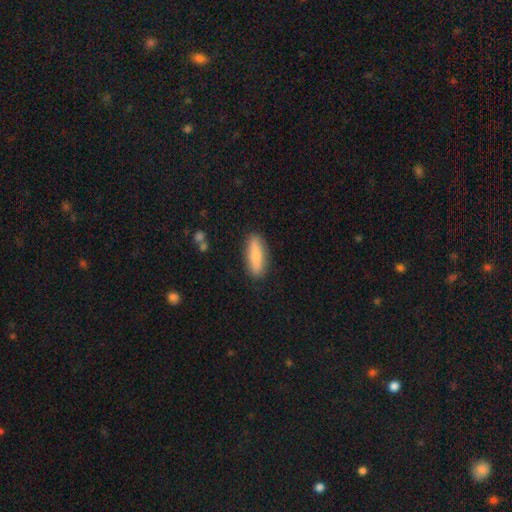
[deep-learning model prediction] This appears to be a smooth galaxy with no disk features (70%) that is cigar-shaped (52%). Merging: none (87%).